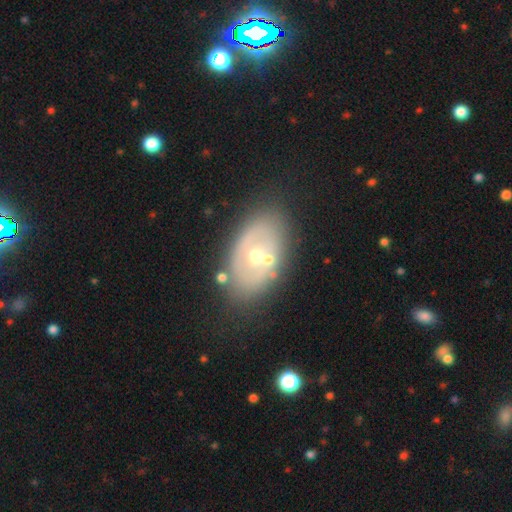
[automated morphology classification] smooth_or_featured: featured or disk (p=0.61) [alt: smooth p=0.32]
disk_edge_on: no (p=0.91) [alt: yes p=0.09]
bar: no (p=0.86) [alt: weak p=0.10]
has_spiral_arms: no (p=0.85) [alt: yes p=0.15]
bulge_size: moderate (p=0.61) [alt: small p=0.34]
merging: none (p=0.71) [alt: minor disturbance p=0.14]